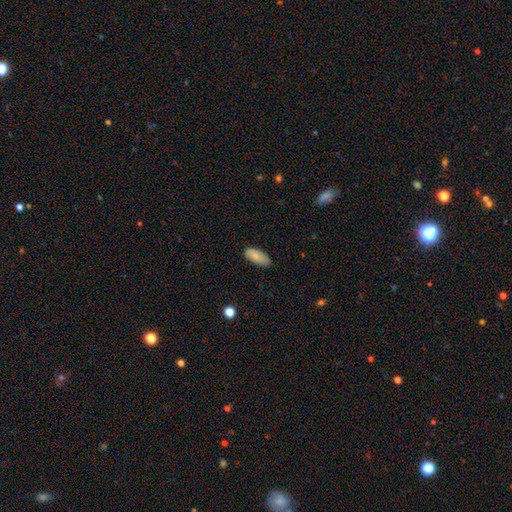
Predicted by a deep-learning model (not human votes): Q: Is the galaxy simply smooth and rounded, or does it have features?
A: smooth — 83%.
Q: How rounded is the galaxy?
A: in between — 90%.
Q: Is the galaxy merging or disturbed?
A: none — 78%.